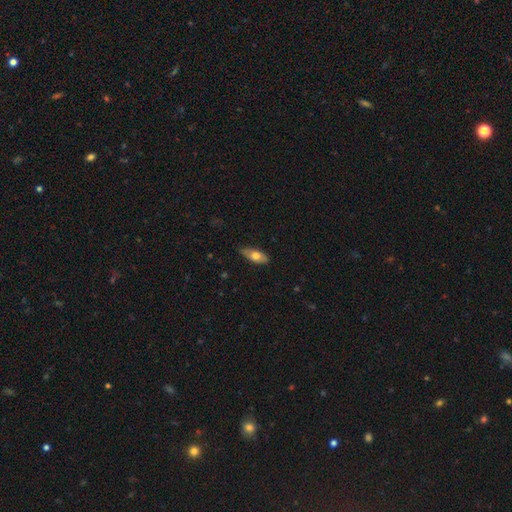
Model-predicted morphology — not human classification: Smooth or featured? Predicted: smooth (p=0.65). How rounded? Predicted: in between (p=0.79). Merging? Predicted: none (p=0.78).